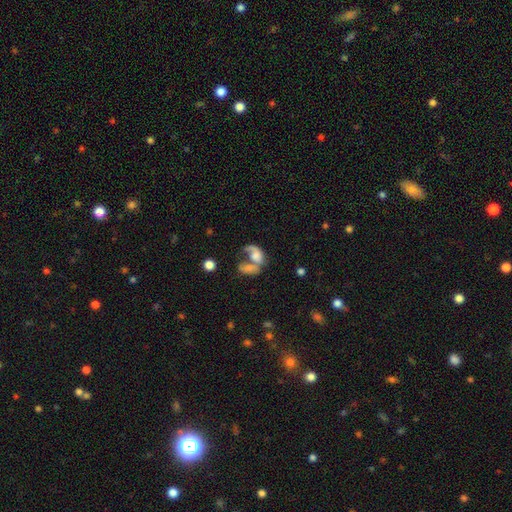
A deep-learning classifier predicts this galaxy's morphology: Smooth or featured: smooth — 46% (featured or disk — 43%)
Merging: merger — 62% (major disturbance — 18%)